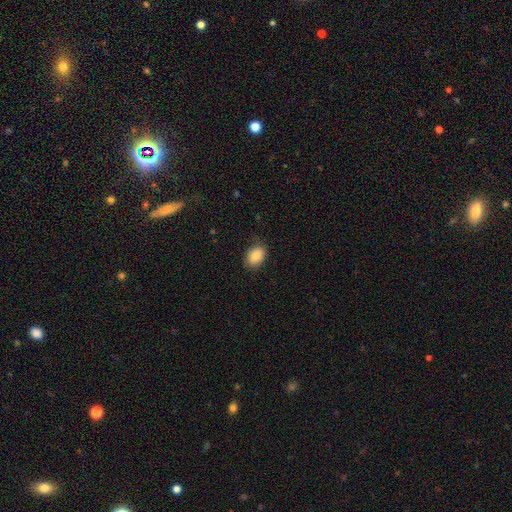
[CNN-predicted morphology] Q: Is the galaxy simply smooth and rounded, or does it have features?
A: smooth — 82%.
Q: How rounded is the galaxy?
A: in between — 71%.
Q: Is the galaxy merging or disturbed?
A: none — 80%.